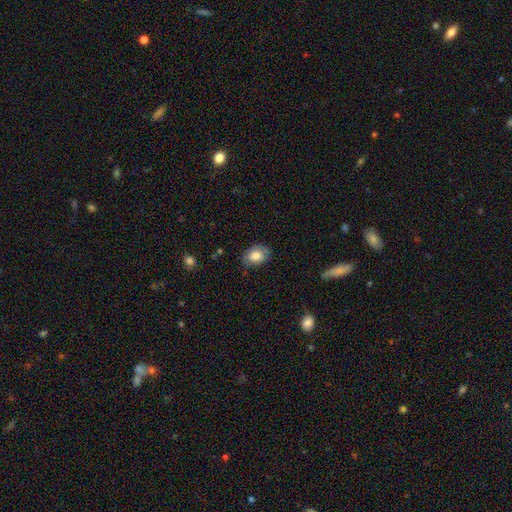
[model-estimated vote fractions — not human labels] smooth_or_featured: smooth (p=0.79) [alt: featured or disk p=0.13]
how_rounded: in between (p=0.76) [alt: round p=0.23]
merging: none (p=0.72) [alt: minor disturbance p=0.21]